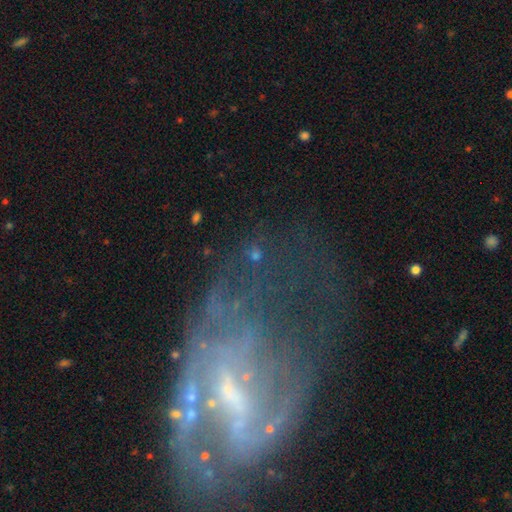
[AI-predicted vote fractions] smooth_or_featured: star or artifact (p=0.47) [alt: smooth p=0.27]